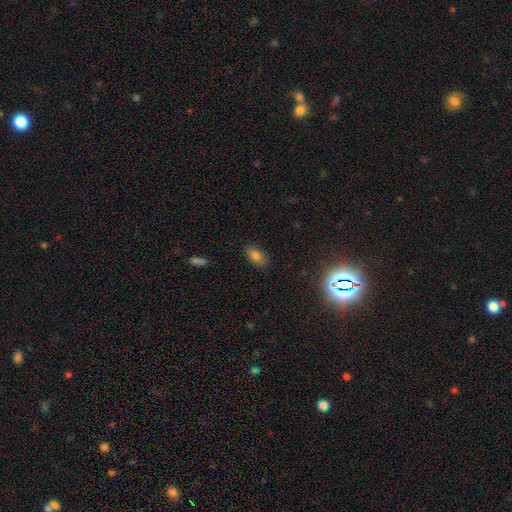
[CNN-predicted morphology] Overall: smooth (76%). How rounded: in between (90%). Merging: none (85%).